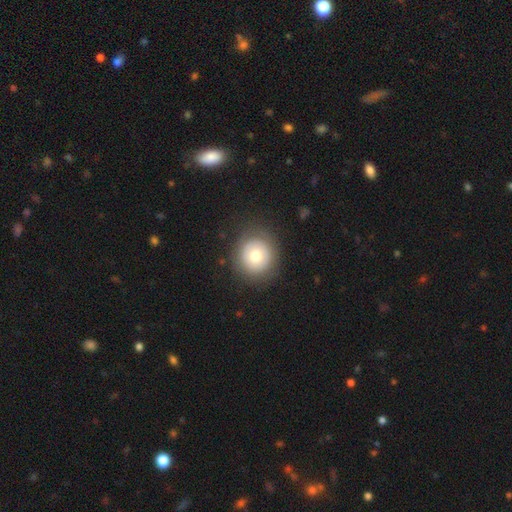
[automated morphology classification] smooth-or-featured: smooth: 69% | featured or disk: 22% | star or artifact: 9%
  how-rounded: round: 93% | in between: 7% | cigar-shaped: 1%
  merging: none: 84% | minor disturbance: 10% | major disturbance: 5% | merger: 1%